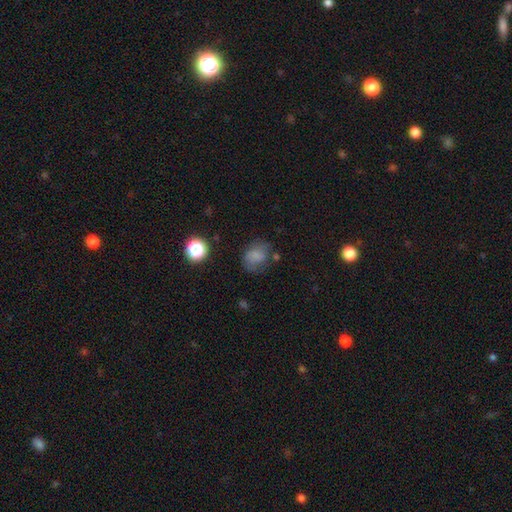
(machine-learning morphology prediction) This is likely a smooth galaxy (70%). How rounded: possibly round (51%). Merging: possibly none (56%).